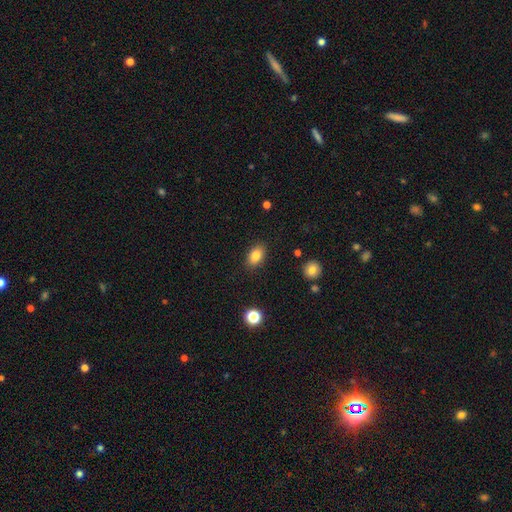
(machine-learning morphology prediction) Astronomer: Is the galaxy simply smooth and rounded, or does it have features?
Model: smooth — 83%.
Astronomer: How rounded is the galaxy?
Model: in between — 86%.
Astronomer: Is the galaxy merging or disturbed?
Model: none — 87%.